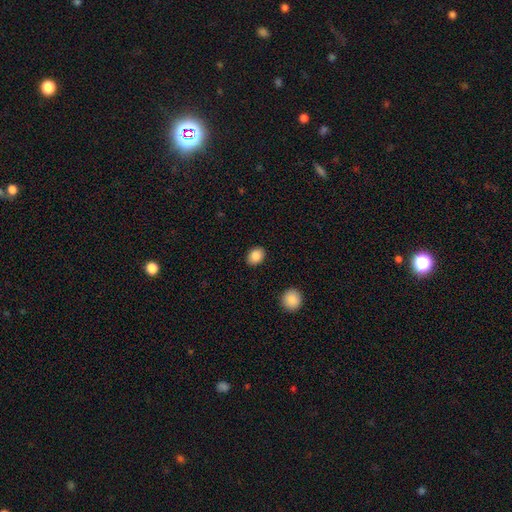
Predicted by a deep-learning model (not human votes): A smooth galaxy with no disk features (87%) that is in between round and cigar-shaped (63%). Merging: none (89%).